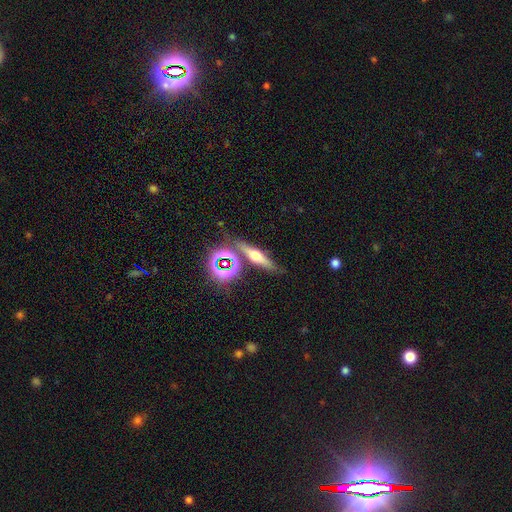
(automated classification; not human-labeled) The model was most divided on "smooth or featured": featured or disk: 50%, smooth: 32%, star or artifact: 18%. More confident: merging — none (78%).